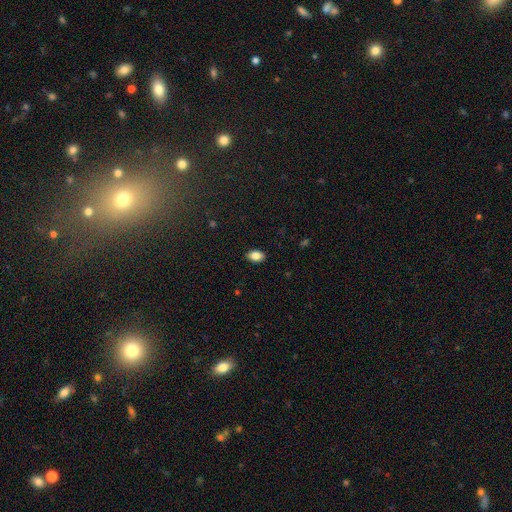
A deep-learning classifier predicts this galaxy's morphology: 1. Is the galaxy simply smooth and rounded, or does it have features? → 85% smooth, 8% star or artifact, 7% featured or disk.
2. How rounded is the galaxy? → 87% in between, 11% round, 2% cigar-shaped.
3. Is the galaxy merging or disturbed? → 88% none, 9% minor disturbance, 2% major disturbance, 1% merger.